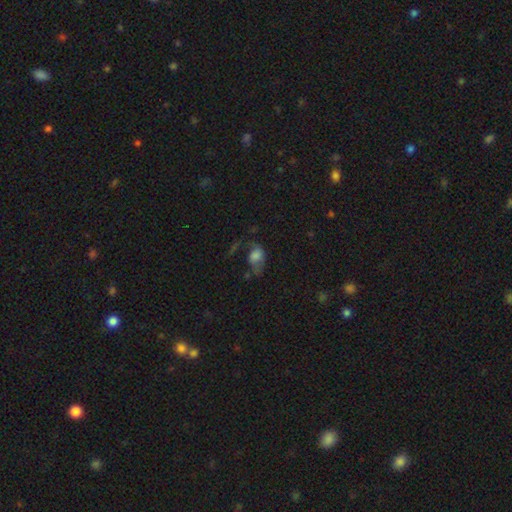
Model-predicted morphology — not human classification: type=smooth (60%); roundness=in between (76%); merging=major disturbance (45%).